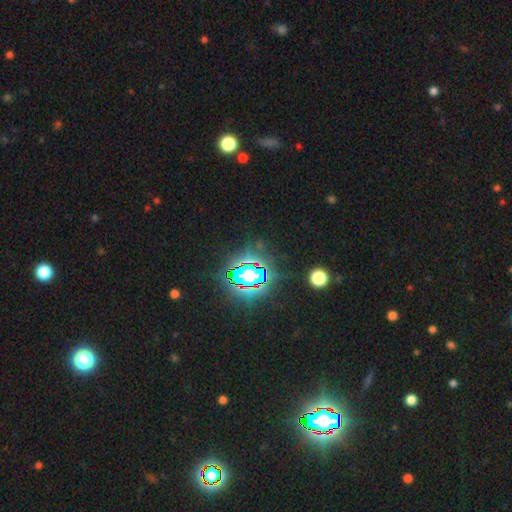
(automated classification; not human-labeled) A star or artifact, not a galaxy (84%).